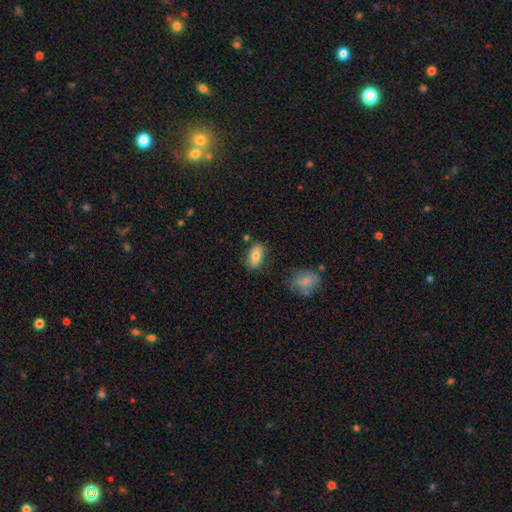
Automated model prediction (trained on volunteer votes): Morphology: type=smooth (79%); roundness=in between (89%); merging=none (80%).